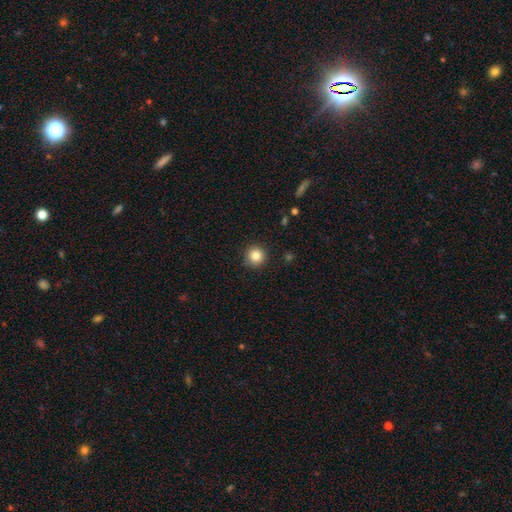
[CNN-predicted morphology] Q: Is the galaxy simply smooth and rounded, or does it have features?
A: smooth — 84%.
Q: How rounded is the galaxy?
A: round — 95%.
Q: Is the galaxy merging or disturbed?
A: none — 91%.